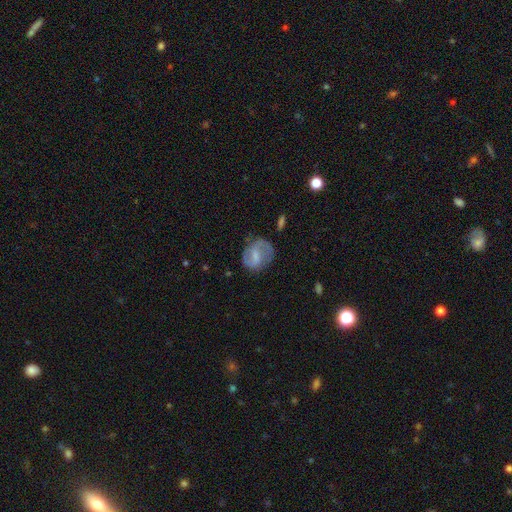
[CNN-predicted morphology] smooth-or-featured: featured or disk: 69% | smooth: 24% | star or artifact: 7%
  disk-edge-on: no: 97% | yes: 3%
    bar: weak: 53% | strong: 29% | no: 19%
    has-spiral-arms: yes: 86% | no: 14%
      spiral-winding: medium: 48% | loose: 31% | tight: 21%
      spiral-arm-count: 2: 83% | can't tell: 9% | 1: 5% | 3: 1% | 4: 1% | more than 4: 1%
    bulge-size: small: 35% | none: 32% | moderate: 27% | large: 4% | dominant: 1%
  merging: none: 68% | minor disturbance: 20% | major disturbance: 9% | merger: 2%